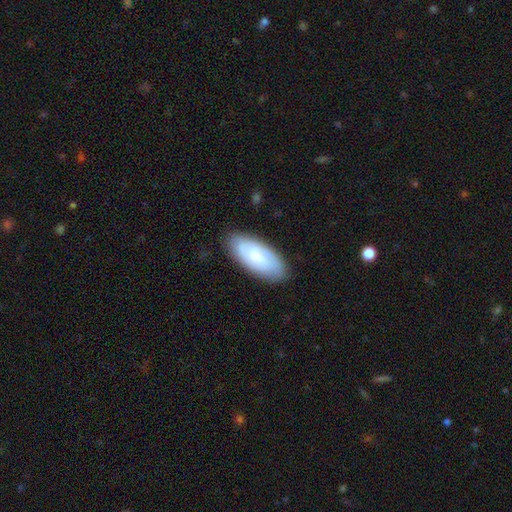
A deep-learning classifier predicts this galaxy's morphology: smooth_or_featured: smooth (p=0.53) [alt: featured or disk p=0.40]
how_rounded: in between (p=0.85) [alt: cigar-shaped p=0.13]
merging: none (p=0.84) [alt: minor disturbance p=0.12]